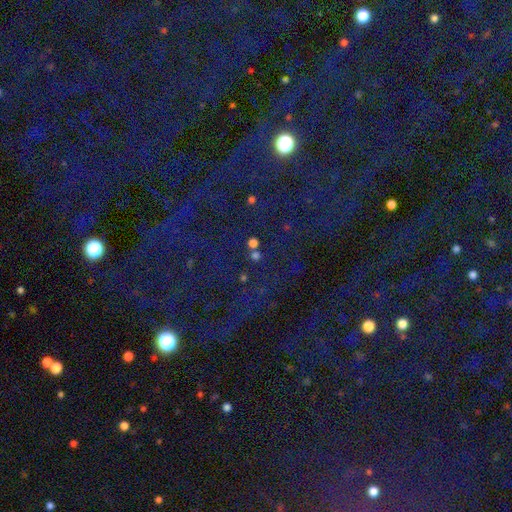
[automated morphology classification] smooth_or_featured: star or artifact (p=0.68) [alt: smooth p=0.24]